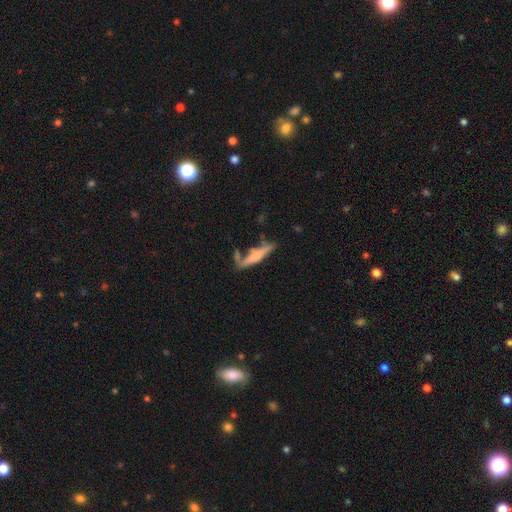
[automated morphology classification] The model was most divided on "smooth or featured": smooth: 47%, featured or disk: 46%, star or artifact: 6%. More confident: merging — none (62%).